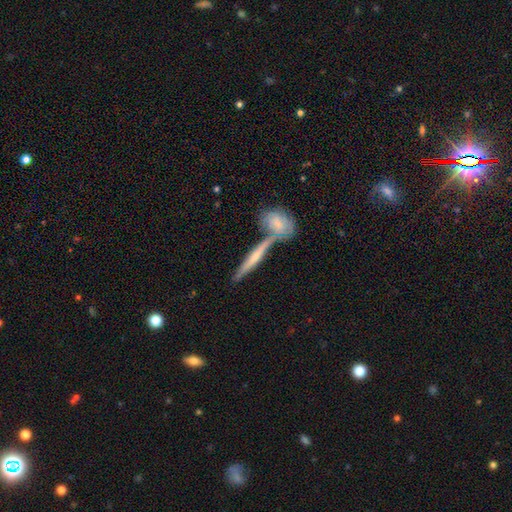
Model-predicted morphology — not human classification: Smooth or featured? Predicted: featured or disk (p=0.53). Edge-on disk? Predicted: yes (p=0.91). Merging? Predicted: none (p=0.63).